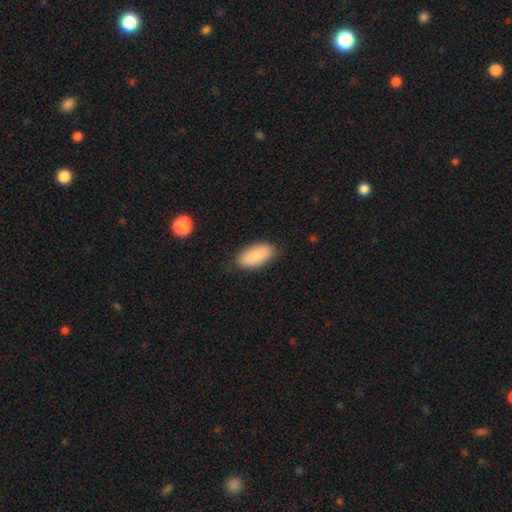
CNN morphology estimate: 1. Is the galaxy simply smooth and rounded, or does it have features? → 86% smooth, 7% featured or disk, 6% star or artifact.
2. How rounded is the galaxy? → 93% in between, 5% cigar-shaped, 2% round.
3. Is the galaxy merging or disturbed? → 84% none, 12% minor disturbance, 3% major disturbance, 1% merger.